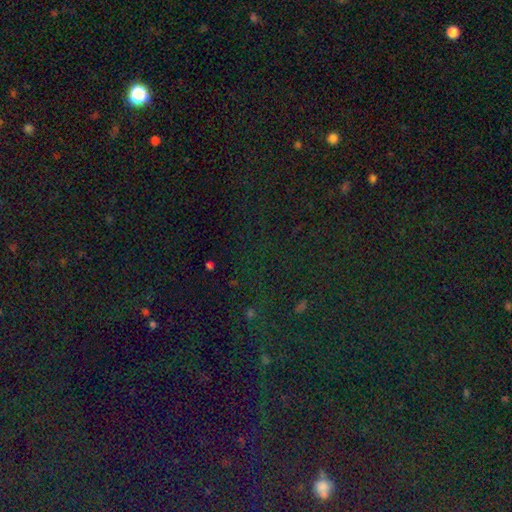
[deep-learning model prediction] Smooth or featured? Predicted: star or artifact (p=0.81).